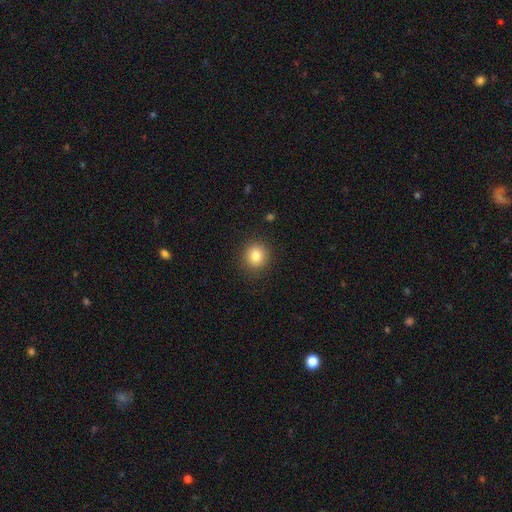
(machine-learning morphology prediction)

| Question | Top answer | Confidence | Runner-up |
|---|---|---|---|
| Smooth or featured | smooth | 83% | star or artifact (11%) |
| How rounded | round | 87% | in between (12%) |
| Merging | none | 90% | minor disturbance (6%) |